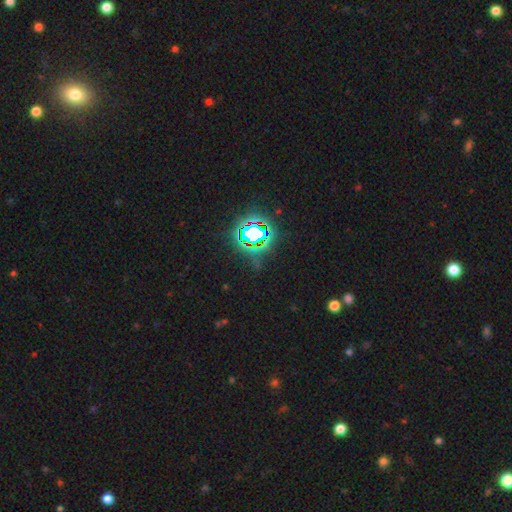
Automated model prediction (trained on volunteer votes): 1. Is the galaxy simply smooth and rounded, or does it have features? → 81% star or artifact, 12% smooth, 7% featured or disk.